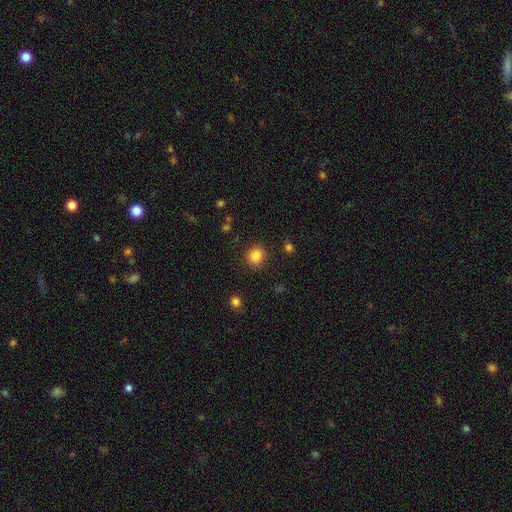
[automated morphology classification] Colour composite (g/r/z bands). It shows a smooth galaxy with no disk features (83%) that is round (80%). Merging: none (84%).